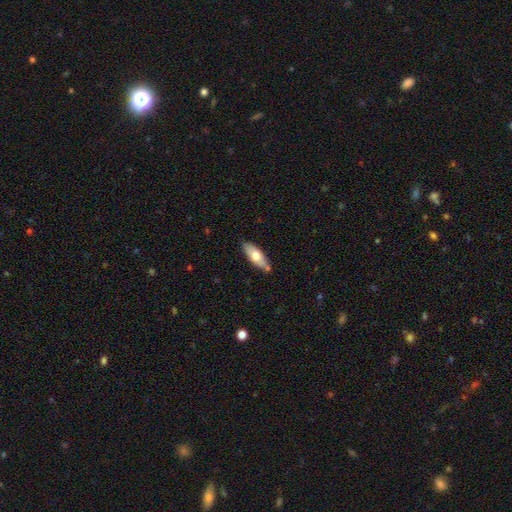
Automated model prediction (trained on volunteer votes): The model was most divided on "smooth or featured": smooth: 65%, featured or disk: 29%, star or artifact: 6%. More confident: merging — none (75%); how rounded — in between (72%).